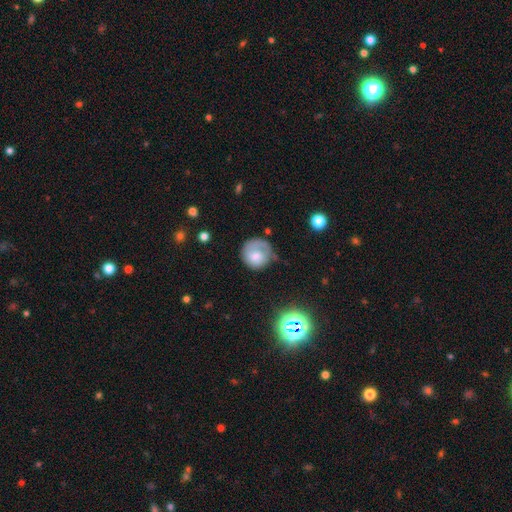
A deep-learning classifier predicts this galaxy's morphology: This is likely a smooth galaxy (61%). How rounded: clearly round (86%). Merging: possibly none (54%).